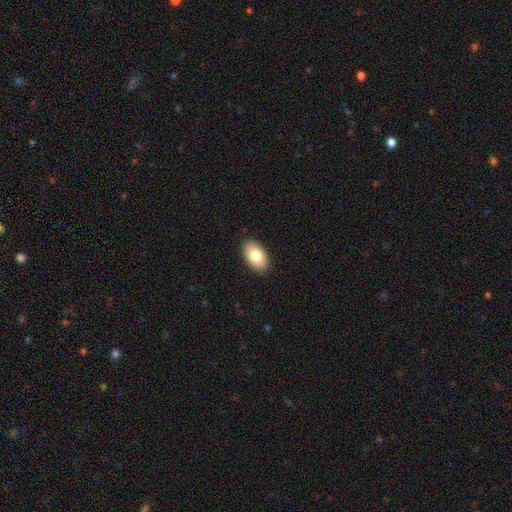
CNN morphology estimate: A smooth galaxy with no disk features (80%) that is in between round and cigar-shaped (94%). Merging: none (90%).